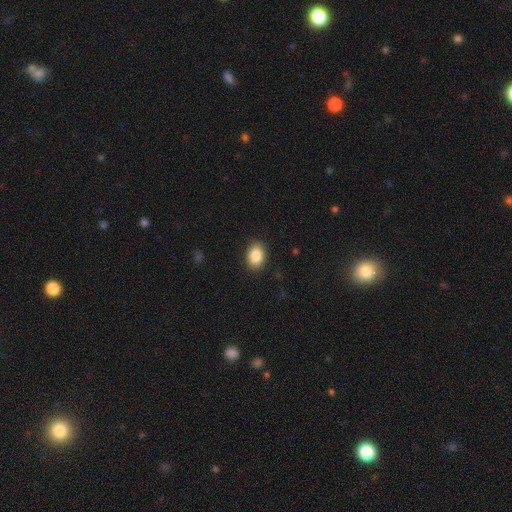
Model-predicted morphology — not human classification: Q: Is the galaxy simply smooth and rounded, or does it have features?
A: smooth — 87%.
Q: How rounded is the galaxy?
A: in between — 78%.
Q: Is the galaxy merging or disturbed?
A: none — 88%.